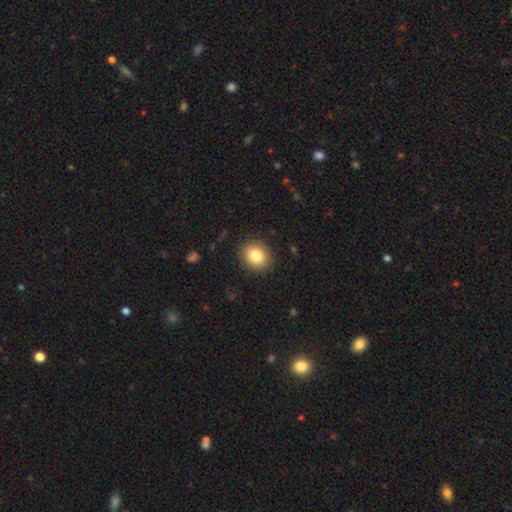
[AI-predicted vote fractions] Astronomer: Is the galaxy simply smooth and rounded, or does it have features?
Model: smooth — 84%.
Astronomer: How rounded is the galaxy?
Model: round — 73%.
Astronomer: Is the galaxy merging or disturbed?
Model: none — 89%.